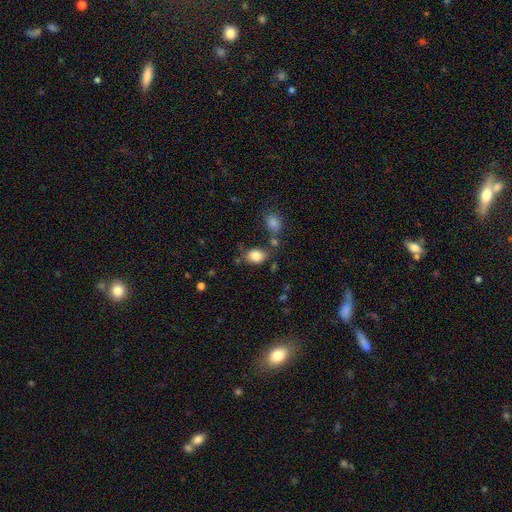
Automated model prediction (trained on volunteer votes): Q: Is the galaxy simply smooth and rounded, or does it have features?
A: smooth — 84%.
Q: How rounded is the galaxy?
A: in between — 69%.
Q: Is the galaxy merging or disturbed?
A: none — 68%.